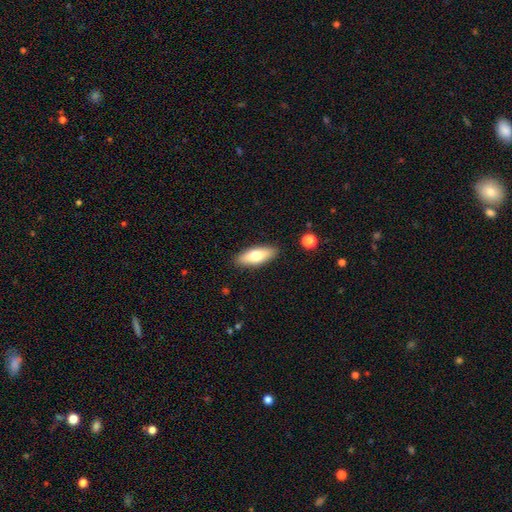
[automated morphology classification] Smooth or featured?
  - smooth: 70% *
  - featured or disk: 24%
  - star or artifact: 6%
How rounded?
  - in between: 68% *
  - cigar-shaped: 30%
  - round: 2%
Merging?
  - none: 88% *
  - minor disturbance: 9%
  - major disturbance: 2%
  - merger: 1%